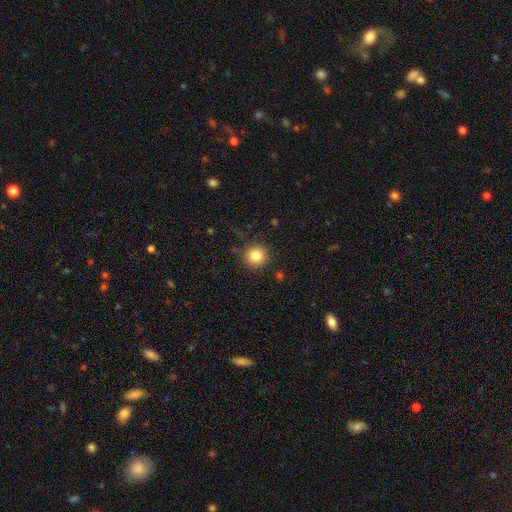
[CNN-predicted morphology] This is clearly a smooth galaxy (83%). How rounded: clearly round (94%). Merging: clearly none (88%).